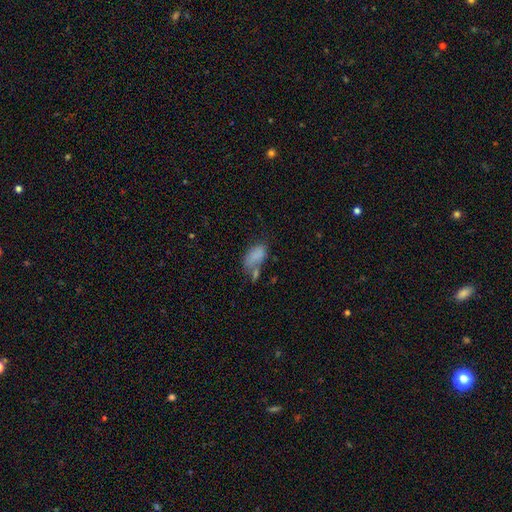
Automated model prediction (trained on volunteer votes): Smooth or featured: smooth — 78% (featured or disk — 12%)
How rounded: in between — 92% (round — 4%)
Merging: none — 34% (merger — 25%)